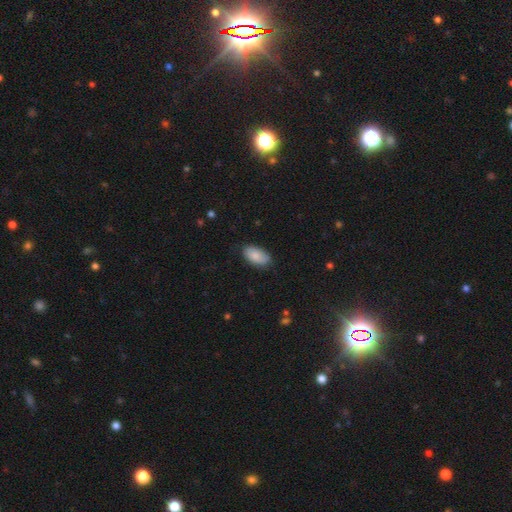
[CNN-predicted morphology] Smooth or featured? Predicted: smooth (p=0.86). How rounded? Predicted: in between (p=0.94). Merging? Predicted: none (p=0.78).